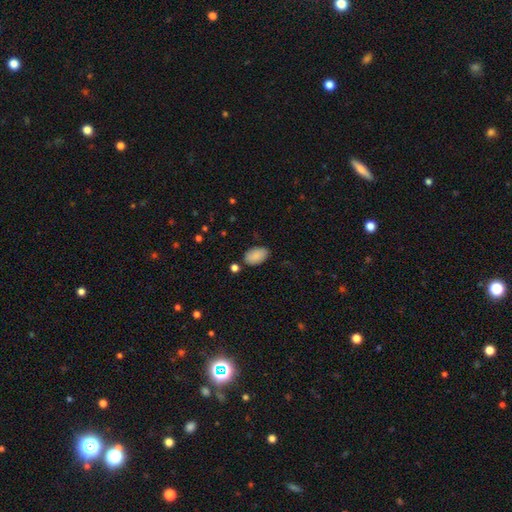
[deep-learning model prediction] Smooth or featured? Predicted: smooth (p=0.87). How rounded? Predicted: in between (p=0.93). Merging? Predicted: none (p=0.81).